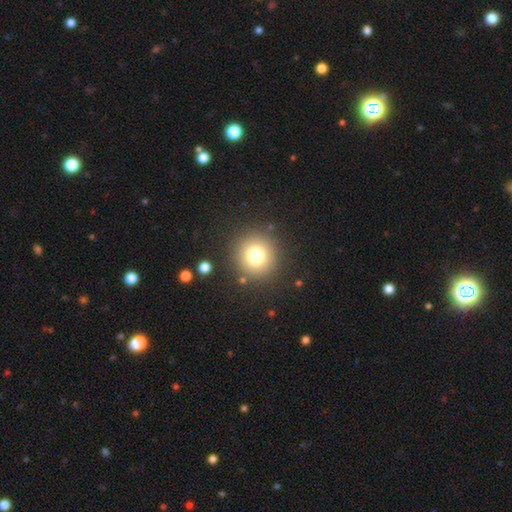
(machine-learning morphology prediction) This appears to be a smooth galaxy with no disk features (78%) that is round (94%). Merging: none (88%).